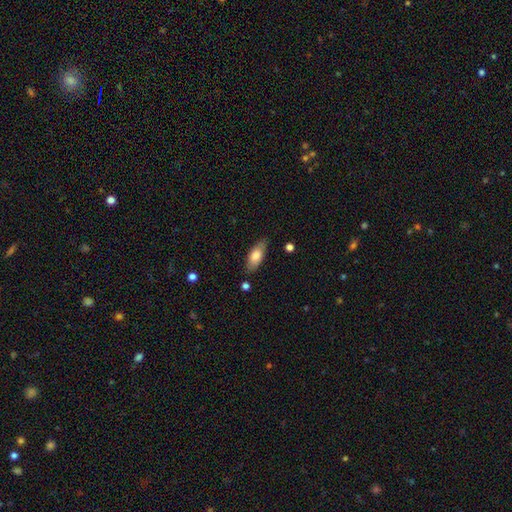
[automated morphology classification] smooth 75%, featured or disk 18%, star or artifact 6%. Down the decision tree: how rounded — in between (79%); merging — none (80%).